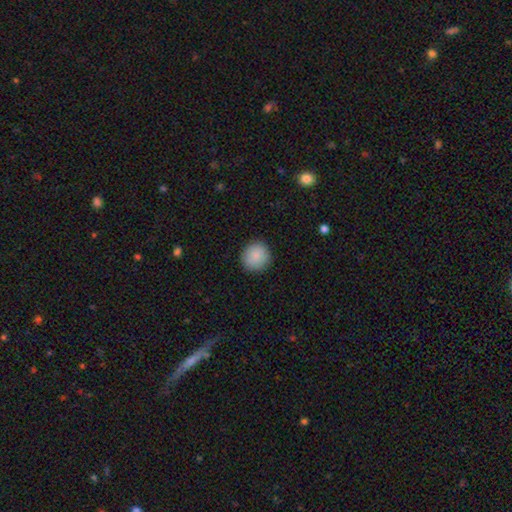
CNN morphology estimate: Smooth or featured?
  - smooth: 89% *
  - star or artifact: 7%
  - featured or disk: 4%
How rounded?
  - round: 90% *
  - in between: 9%
  - cigar-shaped: 1%
Merging?
  - none: 90% *
  - minor disturbance: 7%
  - major disturbance: 2%
  - merger: 1%